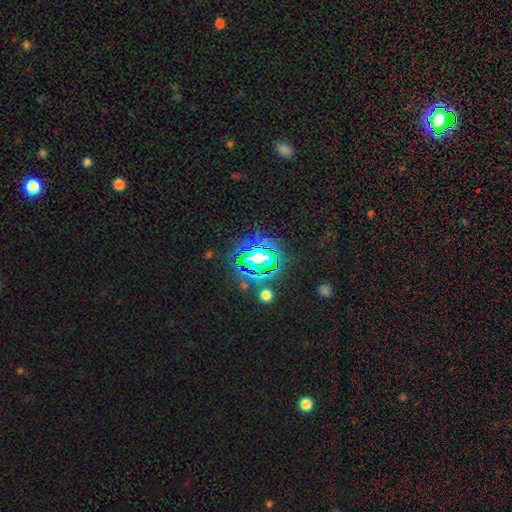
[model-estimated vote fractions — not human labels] This appears to be a star or artifact, not a galaxy (70%).